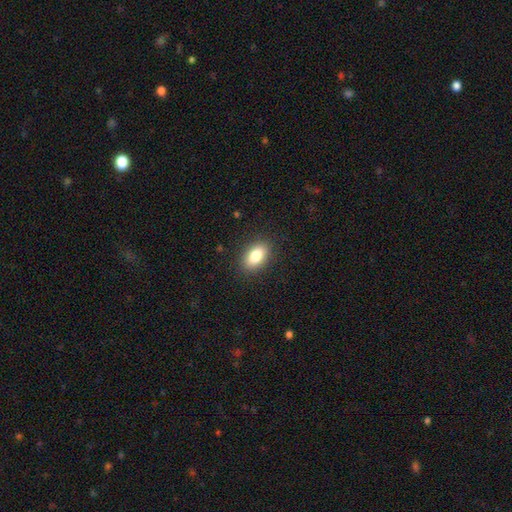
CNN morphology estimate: Smooth or featured? smooth (83%)
How rounded? in between (89%)
Merging? none (88%)